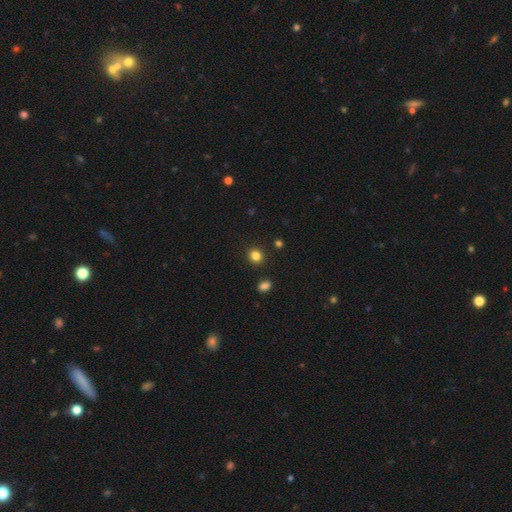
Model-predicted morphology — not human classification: smooth 84%, star or artifact 13%, featured or disk 4%. Down the decision tree: how rounded — round (86%); merging — none (90%).